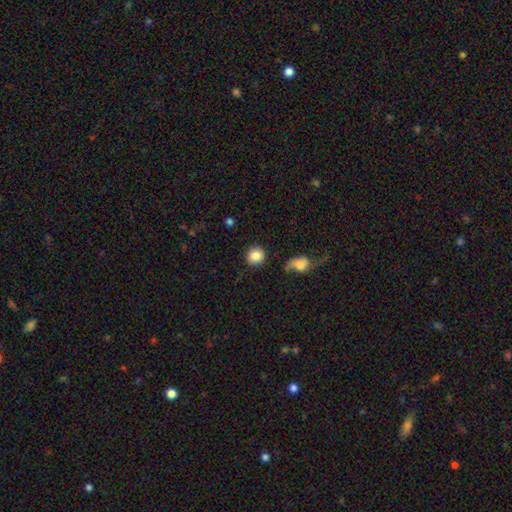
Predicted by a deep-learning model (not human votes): This appears to be a smooth galaxy with no disk features (84%) that is round (89%). Merging: none (85%).